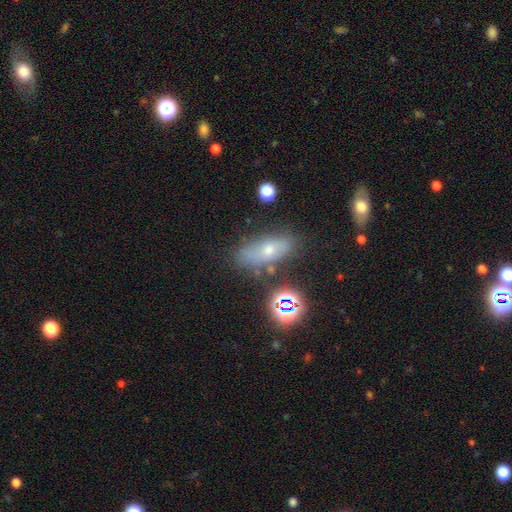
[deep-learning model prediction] This appears to be a smooth galaxy with no disk features (48%). Merging: none (74%).